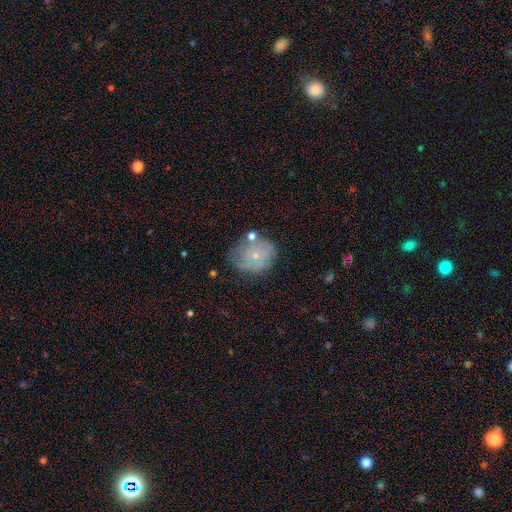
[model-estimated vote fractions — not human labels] A featured or disk galaxy (48%). Merging: none (57%).